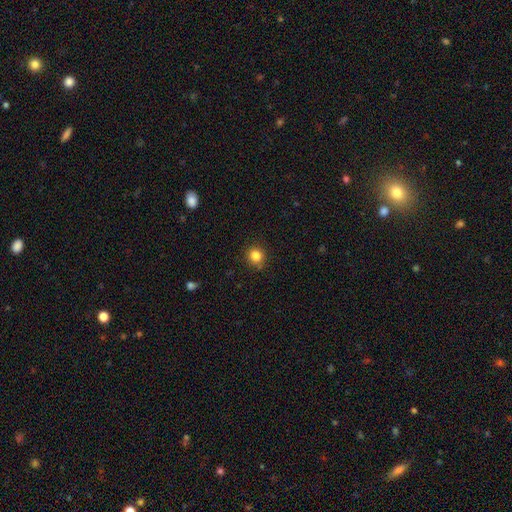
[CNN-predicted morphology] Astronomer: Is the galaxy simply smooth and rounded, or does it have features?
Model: smooth — 84%.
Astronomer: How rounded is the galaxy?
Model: round — 89%.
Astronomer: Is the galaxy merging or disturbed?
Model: none — 86%.